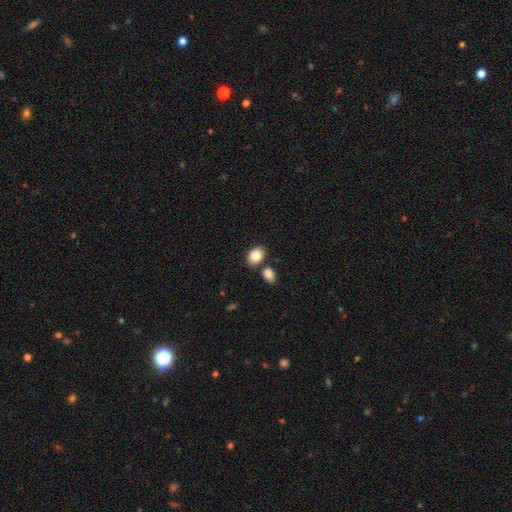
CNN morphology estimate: Smooth or featured: smooth — 88% (star or artifact — 8%)
How rounded: in between — 69% (round — 30%)
Merging: none — 67% (merger — 18%)